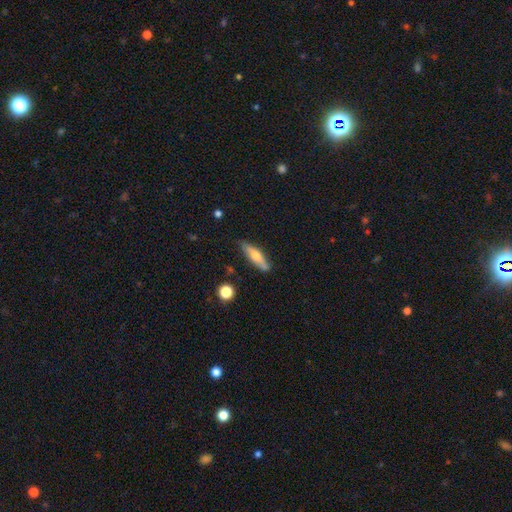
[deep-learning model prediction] Overall: smooth (51%; featured or disk 42%). How rounded: cigar-shaped (67%; in between 31%). Merging: none (81%).